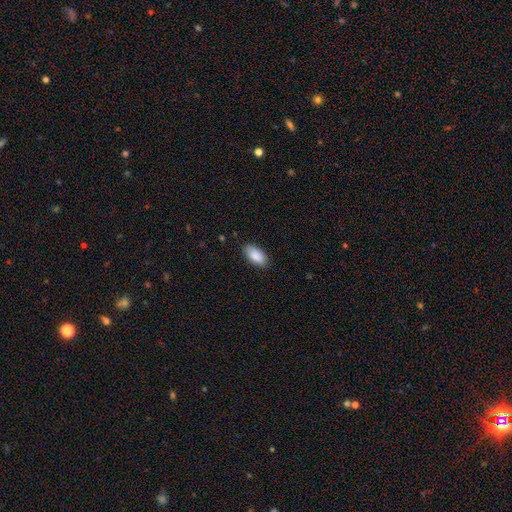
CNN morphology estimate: This is clearly a smooth galaxy (90%). How rounded: clearly in between (93%). Merging: clearly none (85%).